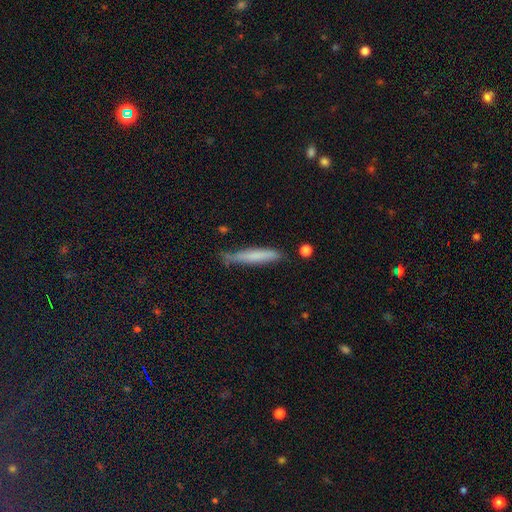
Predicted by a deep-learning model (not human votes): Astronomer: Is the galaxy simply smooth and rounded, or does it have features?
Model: smooth — 71%.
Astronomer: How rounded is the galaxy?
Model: cigar-shaped — 93%.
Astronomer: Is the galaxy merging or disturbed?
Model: none — 71%.